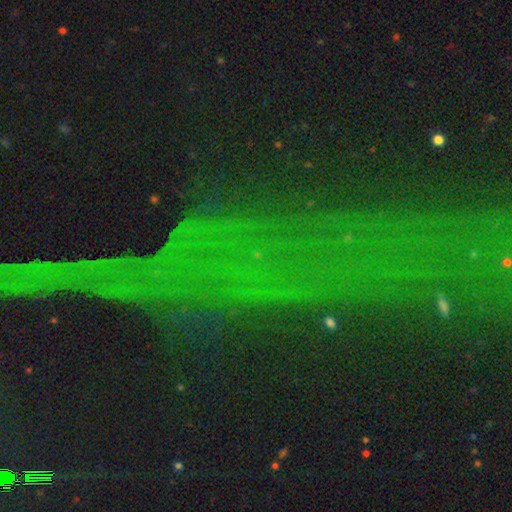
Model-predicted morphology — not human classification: The model was most divided on "smooth or featured": star or artifact: 74%, featured or disk: 14%, smooth: 12%.